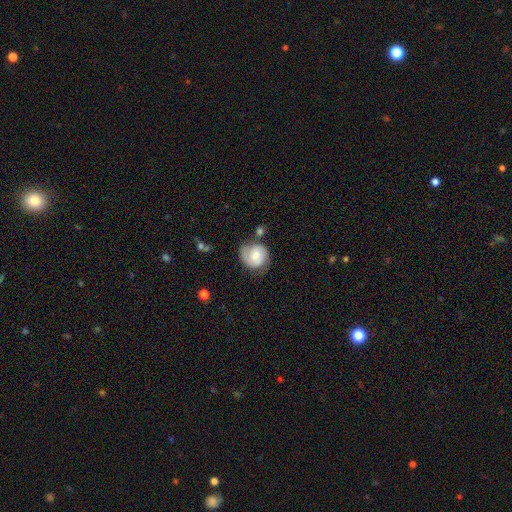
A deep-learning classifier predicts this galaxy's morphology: A featured or disk galaxy (50%). Merging: none (58%).